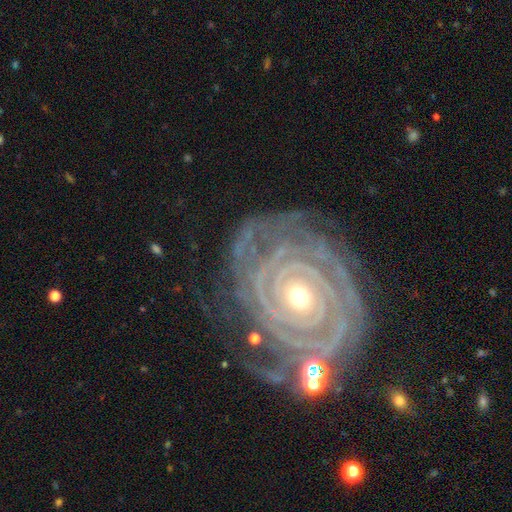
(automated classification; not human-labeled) Q: Smooth or featured?
A: featured or disk (91%); runner-up: star or artifact (5%)
Q: Edge-on disk?
A: no (97%); runner-up: yes (3%)
Q: Bar?
A: no (75%); runner-up: weak (15%)
Q: Spiral arms?
A: yes (97%); runner-up: no (3%)
Q: Spiral winding?
A: tight (89%); runner-up: medium (9%)
Q: Spiral arm count?
A: 2 (25%); runner-up: can't tell (22%)
Q: Bulge size?
A: small (50%); runner-up: moderate (46%)
Q: Merging?
A: none (72%); runner-up: minor disturbance (16%)